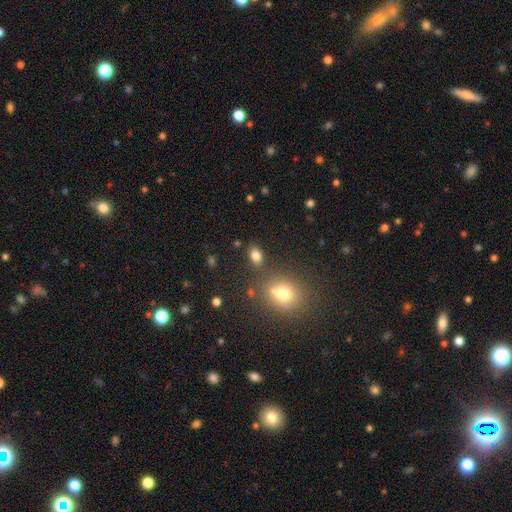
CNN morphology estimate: This appears to be a smooth galaxy with no disk features (80%) that is in between round and cigar-shaped (77%). Merging: none (76%).